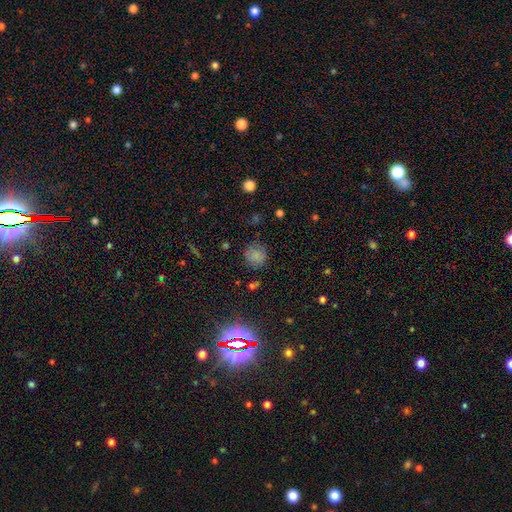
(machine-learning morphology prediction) A smooth galaxy with no disk features (72%) that is round (86%).

Vote fractions:
- Smooth or featured? smooth: 72% / star or artifact: 18% / featured or disk: 10%
- How rounded? round: 86% / in between: 13% / cigar-shaped: 1%
- Merging? none: 77% / minor disturbance: 16% / major disturbance: 5% / merger: 2%